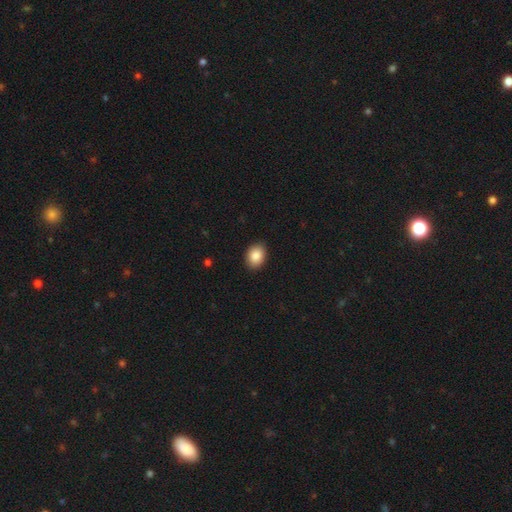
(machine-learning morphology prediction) type=smooth (88%); roundness=in between (69%); merging=none (90%).